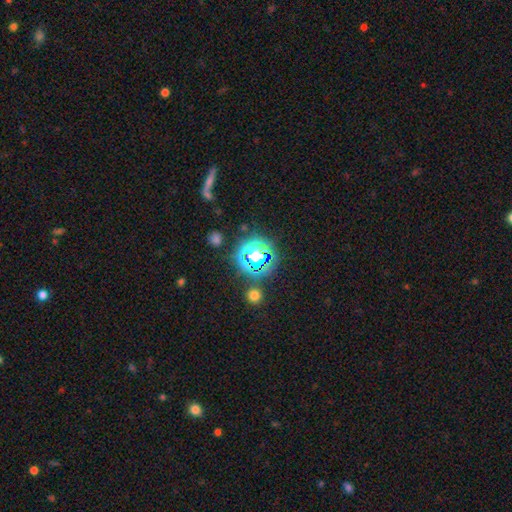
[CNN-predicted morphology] Smooth or featured?
  - star or artifact: 61% *
  - smooth: 29%
  - featured or disk: 10%